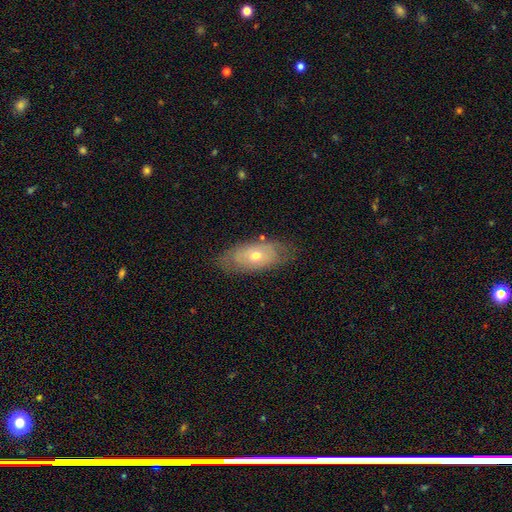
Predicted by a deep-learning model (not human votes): Q: Smooth or featured?
A: featured or disk (50%); runner-up: smooth (43%)
Q: Merging?
A: none (76%); runner-up: minor disturbance (17%)